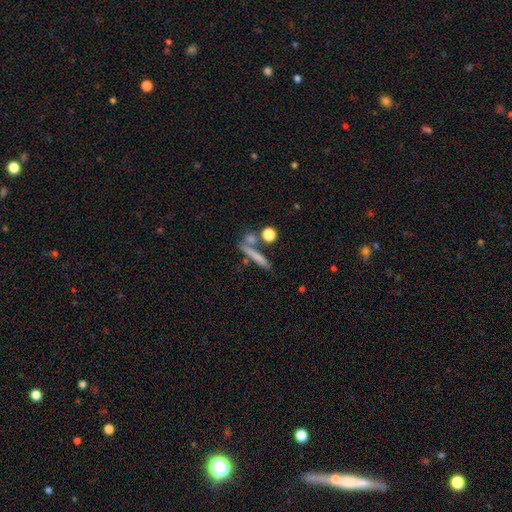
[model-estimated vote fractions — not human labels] Smooth or featured?
  - smooth: 65% *
  - featured or disk: 24%
  - star or artifact: 12%
How rounded?
  - cigar-shaped: 79% *
  - in between: 11%
  - round: 10%
Merging?
  - none: 63% *
  - merger: 18%
  - minor disturbance: 12%
  - major disturbance: 6%